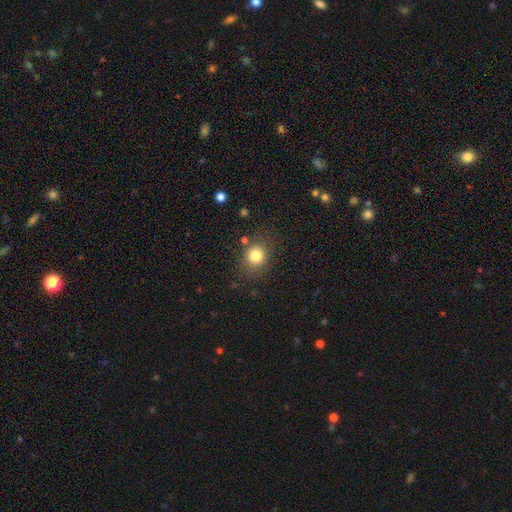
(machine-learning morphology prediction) The model was most divided on "how rounded": round: 76%, in between: 23%, cigar-shaped: 1%. More confident: smooth or featured — smooth (81%); merging — none (79%).